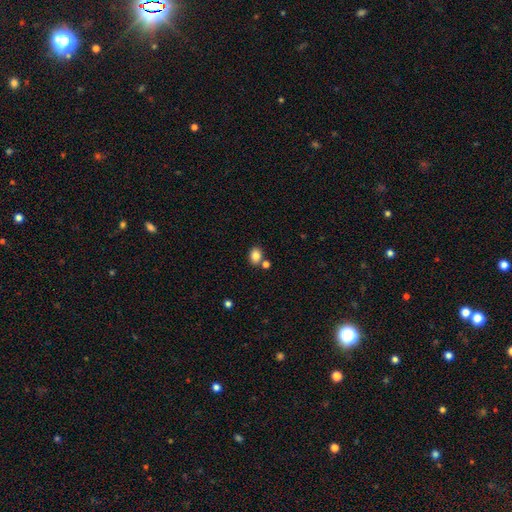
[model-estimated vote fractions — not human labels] Smooth or featured? Predicted: smooth (p=0.84). How rounded? Predicted: in between (p=0.65). Merging? Predicted: none (p=0.71).